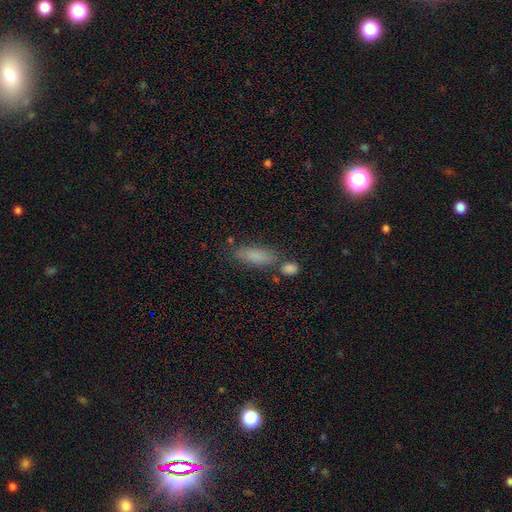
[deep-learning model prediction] The model was most divided on "how rounded": in between: 60%, cigar-shaped: 38%, round: 3%. More confident: smooth or featured — smooth (82%); merging — none (62%).